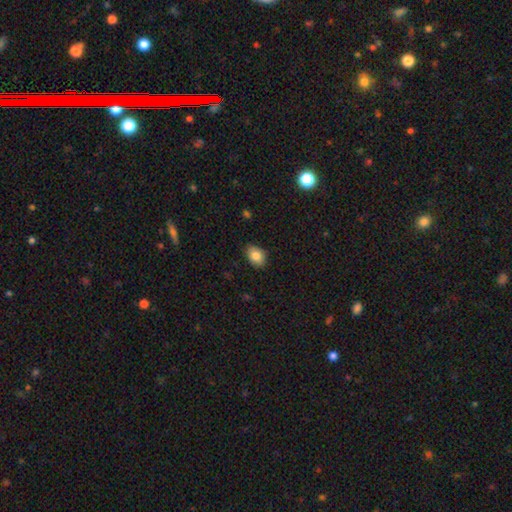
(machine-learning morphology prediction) type=smooth (83%); roundness=in between (73%); merging=none (83%).